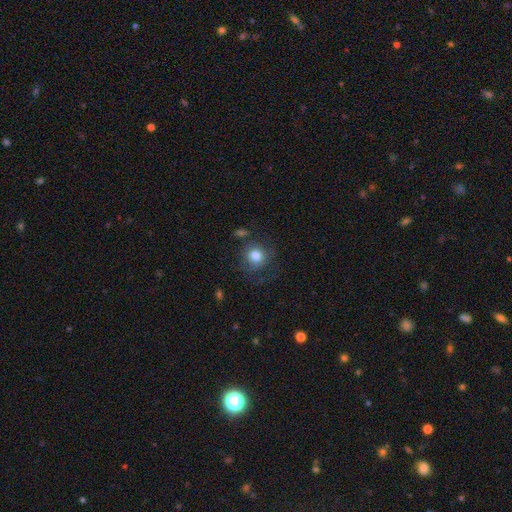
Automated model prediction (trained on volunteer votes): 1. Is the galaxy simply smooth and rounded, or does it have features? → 80% smooth, 10% star or artifact, 10% featured or disk.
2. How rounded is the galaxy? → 85% round, 14% in between, 1% cigar-shaped.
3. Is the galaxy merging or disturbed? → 71% none, 17% minor disturbance, 9% major disturbance, 4% merger.